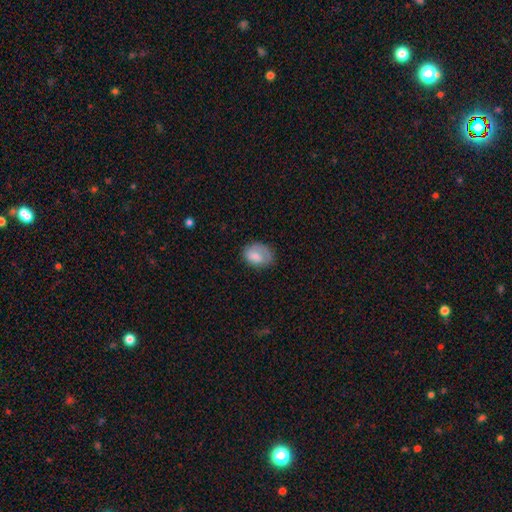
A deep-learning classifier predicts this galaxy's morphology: A smooth galaxy with no disk features (75%) that is in between round and cigar-shaped (70%). Merging: none (56%).